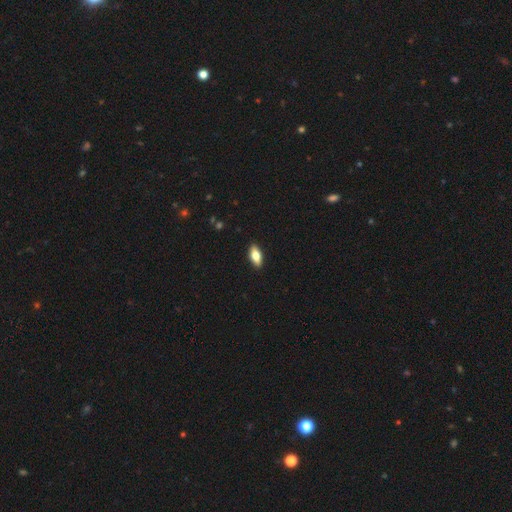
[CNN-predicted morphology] Smooth or featured? Predicted: smooth (p=0.73). How rounded? Predicted: in between (p=0.82). Merging? Predicted: none (p=0.90).